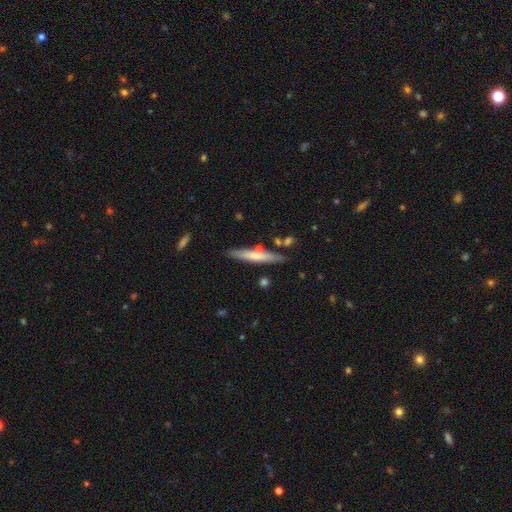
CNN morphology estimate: The model was most divided on "smooth or featured": smooth: 59%, featured or disk: 35%, star or artifact: 6%. More confident: how rounded — cigar-shaped (93%); merging — none (81%).